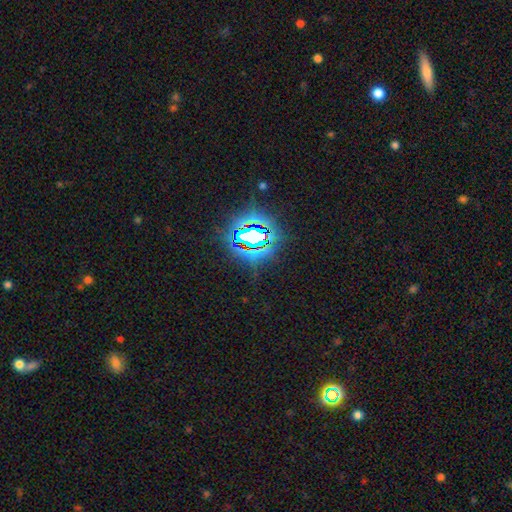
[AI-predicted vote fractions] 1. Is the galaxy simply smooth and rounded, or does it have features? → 83% star or artifact, 11% smooth, 7% featured or disk.